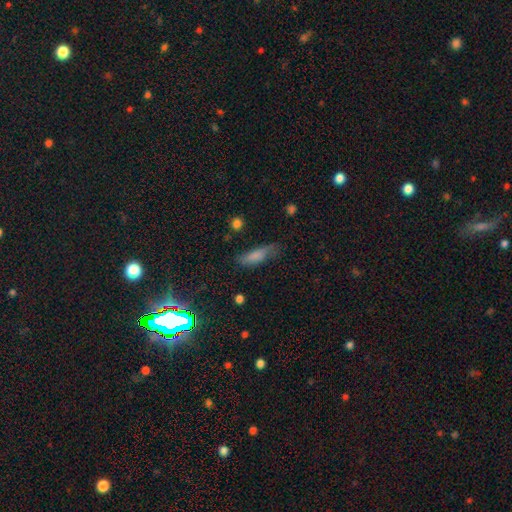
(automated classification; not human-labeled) Smooth or featured? Predicted: smooth (p=0.75). How rounded? Predicted: cigar-shaped (p=0.50). Merging? Predicted: none (p=0.59).